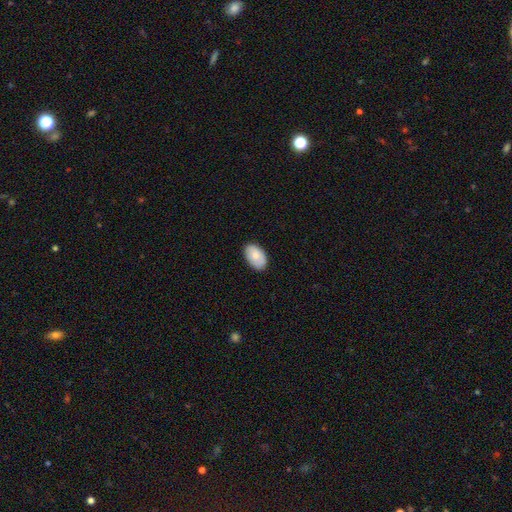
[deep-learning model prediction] The model was most divided on "smooth or featured": smooth: 81%, featured or disk: 12%, star or artifact: 6%. More confident: how rounded — in between (92%); merging — none (84%).